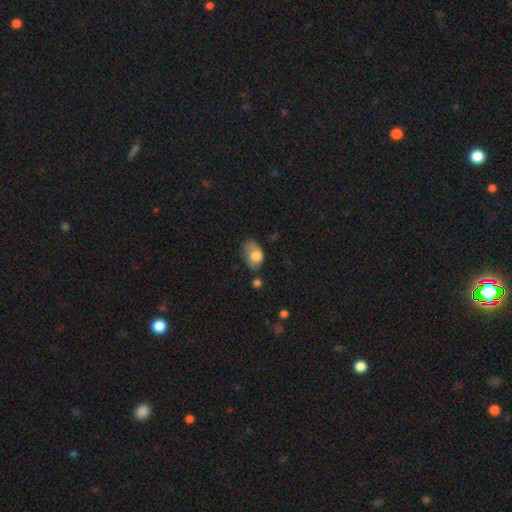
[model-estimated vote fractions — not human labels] Overall: smooth (75%). How rounded: in between (88%). Merging: minor disturbance (38%, tied with none).